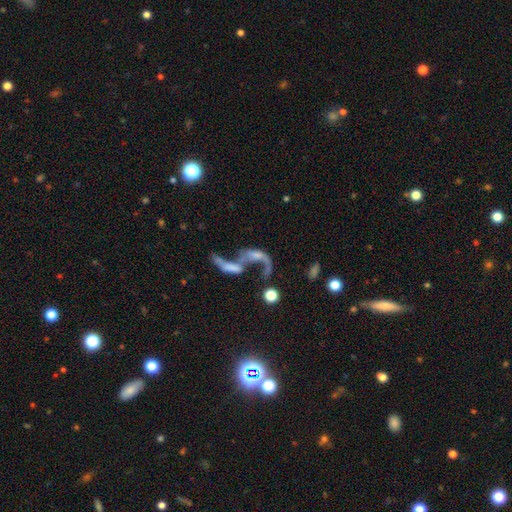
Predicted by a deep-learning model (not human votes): Smooth or featured?
  - featured or disk: 59% *
  - smooth: 28%
  - star or artifact: 13%
Edge-on disk?
  - no: 92% *
  - yes: 8%
Bar?
  - no: 73% *
  - weak: 18%
  - strong: 9%
Spiral arms?
  - no: 59% *
  - yes: 41%
Bulge size?
  - none: 59% *
  - small: 19%
  - moderate: 15%
  - large: 5%
  - dominant: 2%
Merging?
  - merger: 61% *
  - major disturbance: 23%
  - none: 11%
  - minor disturbance: 6%